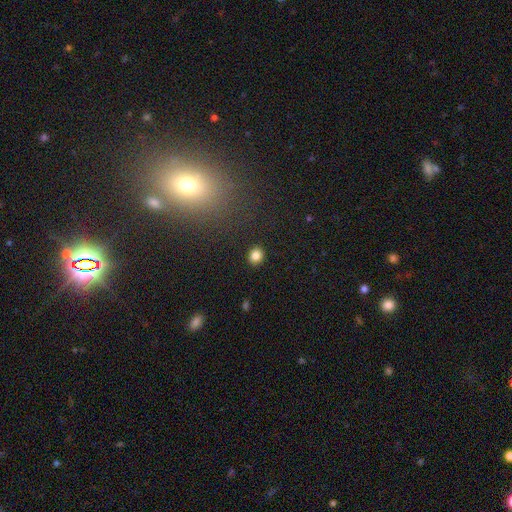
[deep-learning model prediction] The model was most divided on "how rounded": round: 76%, in between: 24%, cigar-shaped: 1%. More confident: merging — none (91%); smooth or featured — smooth (84%).